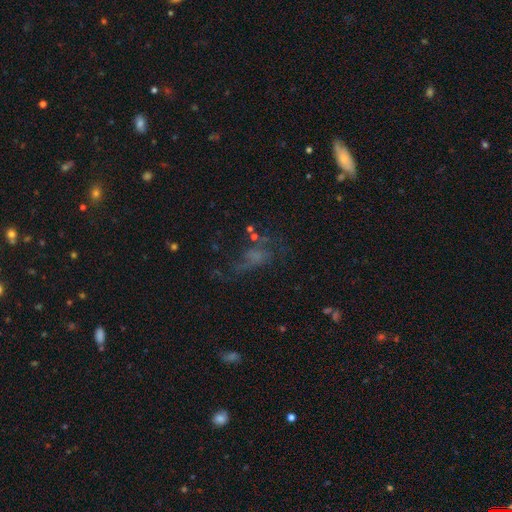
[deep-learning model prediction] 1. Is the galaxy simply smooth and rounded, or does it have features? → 43% featured or disk, 31% smooth, 26% star or artifact.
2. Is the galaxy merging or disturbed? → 42% none, 34% major disturbance, 18% minor disturbance, 6% merger.